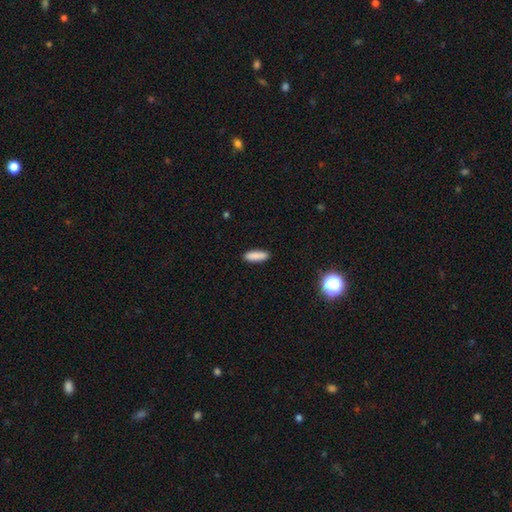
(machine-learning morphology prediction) Q: Smooth or featured?
A: smooth (88%); runner-up: star or artifact (7%)
Q: How rounded?
A: in between (49%); tied with: cigar-shaped (49%)
Q: Merging?
A: none (88%); runner-up: minor disturbance (9%)